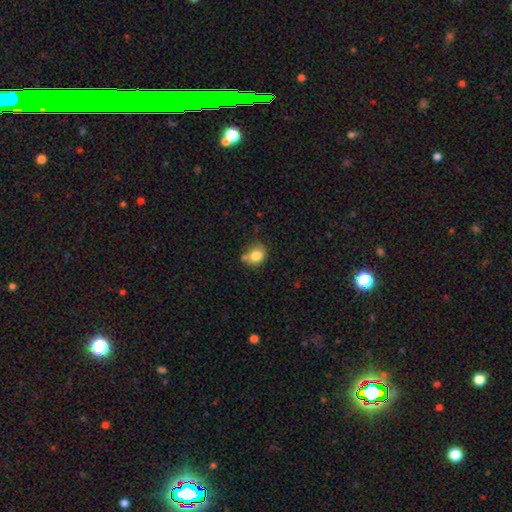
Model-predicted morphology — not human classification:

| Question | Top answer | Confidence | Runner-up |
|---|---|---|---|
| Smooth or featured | smooth | 81% | star or artifact (10%) |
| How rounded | round | 64% | in between (35%) |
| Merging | none | 53% | minor disturbance (22%) |